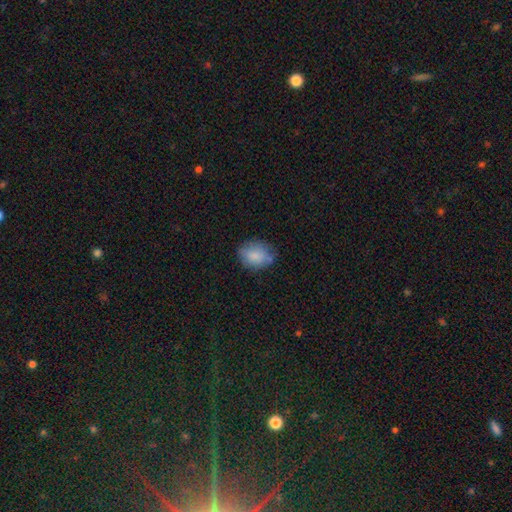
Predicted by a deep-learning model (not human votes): Overall: smooth (82%). How rounded: in between (60%; round 39%). Merging: none (64%; minor disturbance 26%).